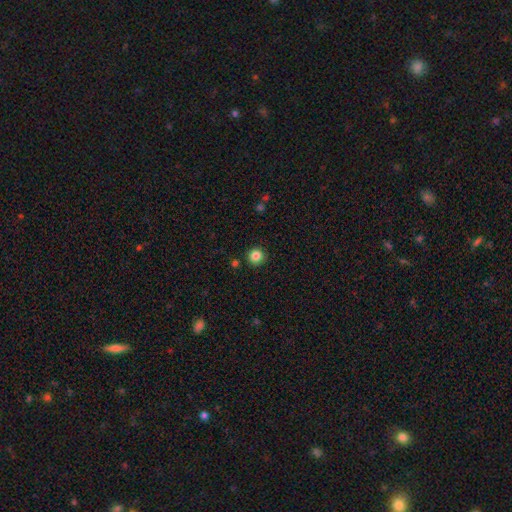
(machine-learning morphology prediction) A smooth galaxy with no disk features (85%) that is round (94%). Merging: none (90%).